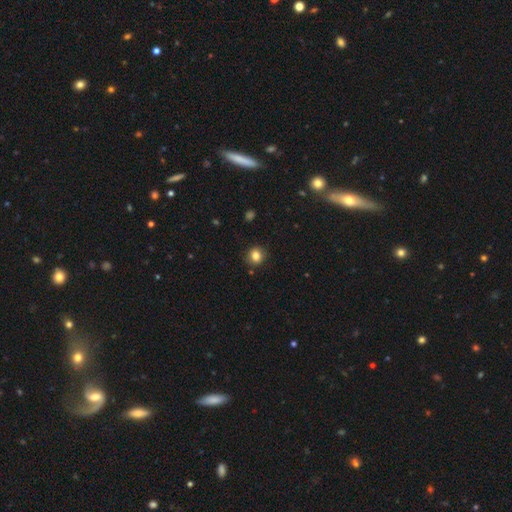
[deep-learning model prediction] smooth 82%, star or artifact 11%, featured or disk 7%. Down the decision tree: how rounded — round (82%); merging — none (89%).